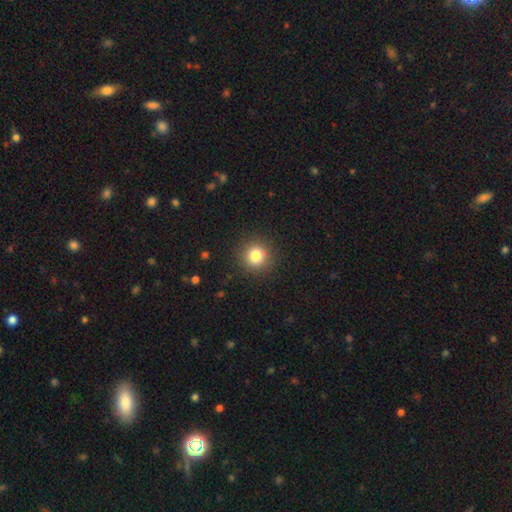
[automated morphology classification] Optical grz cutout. It shows a smooth galaxy with no disk features (81%) that is round (94%). Merging: none (90%).